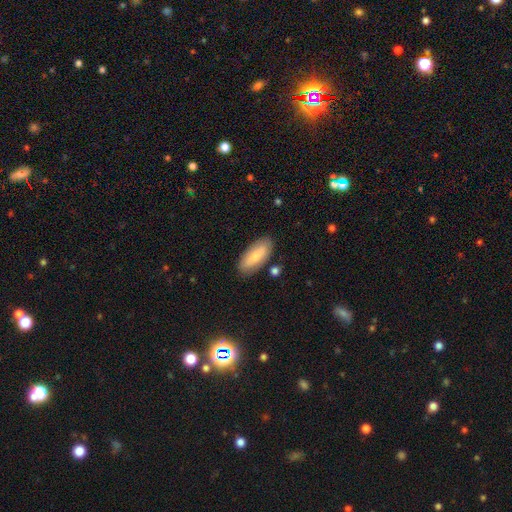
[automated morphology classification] Smooth or featured? Predicted: smooth (p=0.79). How rounded? Predicted: in between (p=0.82). Merging? Predicted: none (p=0.83).